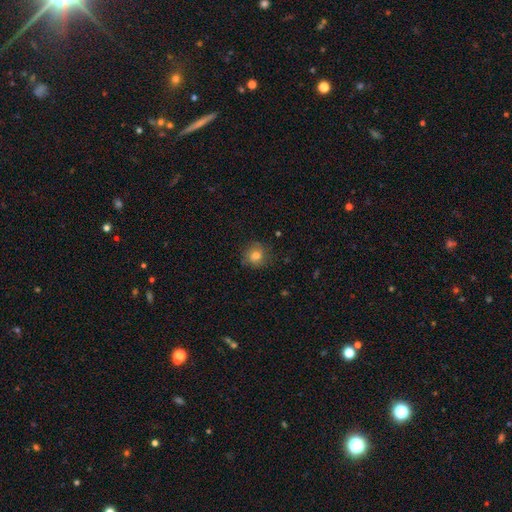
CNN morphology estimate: Smooth or featured: smooth — 79% (star or artifact — 11%)
How rounded: round — 87% (in between — 12%)
Merging: none — 79% (minor disturbance — 15%)